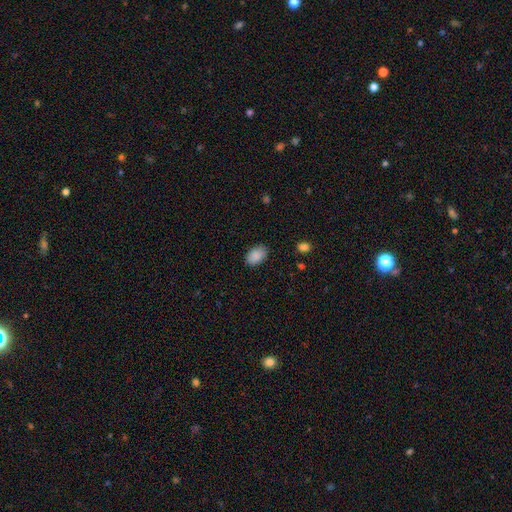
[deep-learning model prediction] smooth_or_featured: smooth (p=0.88) [alt: star or artifact p=0.07]
how_rounded: in between (p=0.90) [alt: round p=0.09]
merging: none (p=0.84) [alt: minor disturbance p=0.12]